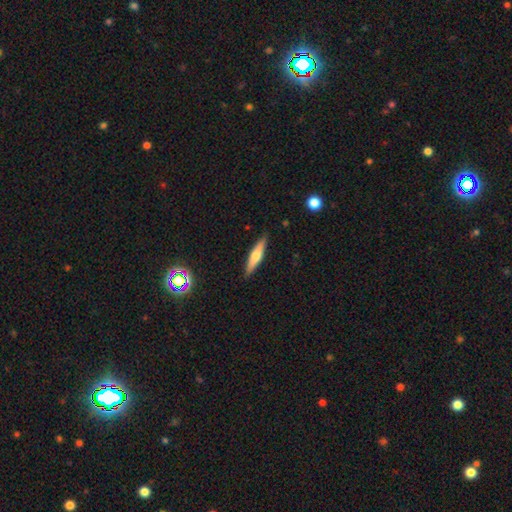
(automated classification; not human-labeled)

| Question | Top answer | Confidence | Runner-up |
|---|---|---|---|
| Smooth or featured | smooth | 52% | featured or disk (41%) |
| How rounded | cigar-shaped | 81% | in between (17%) |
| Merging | none | 88% | minor disturbance (9%) |